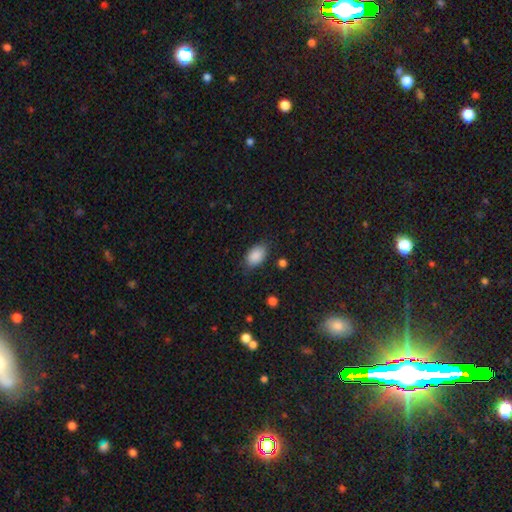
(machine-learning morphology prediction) type=smooth (88%); roundness=in between (89%); merging=none (80%).